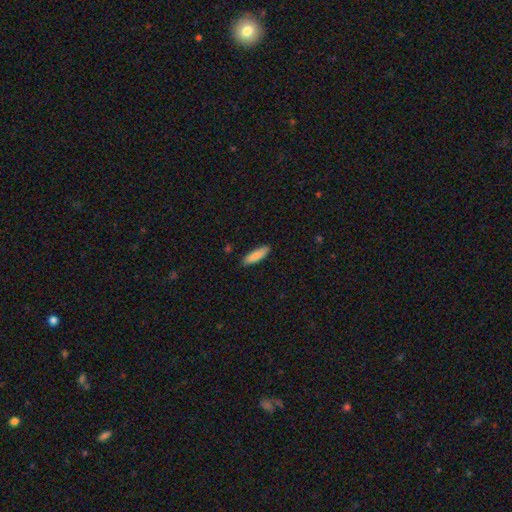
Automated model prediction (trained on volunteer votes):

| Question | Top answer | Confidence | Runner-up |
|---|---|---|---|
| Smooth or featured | smooth | 86% | featured or disk (8%) |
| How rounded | cigar-shaped | 58% | in between (40%) |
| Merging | none | 87% | minor disturbance (10%) |